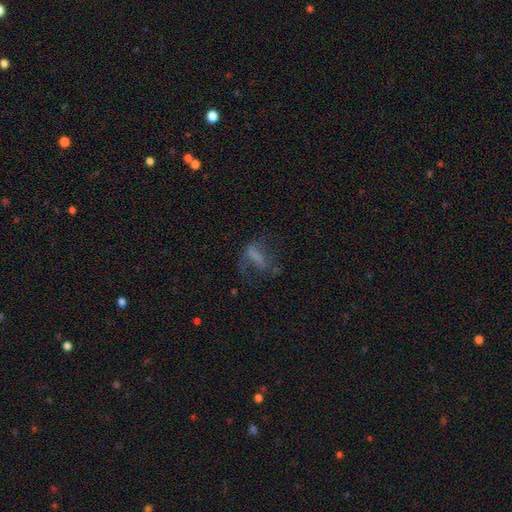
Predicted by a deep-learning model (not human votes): A smooth galaxy with no disk features (41%).

Vote fractions:
- Smooth or featured? smooth: 41% / featured or disk: 40% / star or artifact: 18%
- Merging? major disturbance: 44% / none: 34% / minor disturbance: 17% / merger: 4%